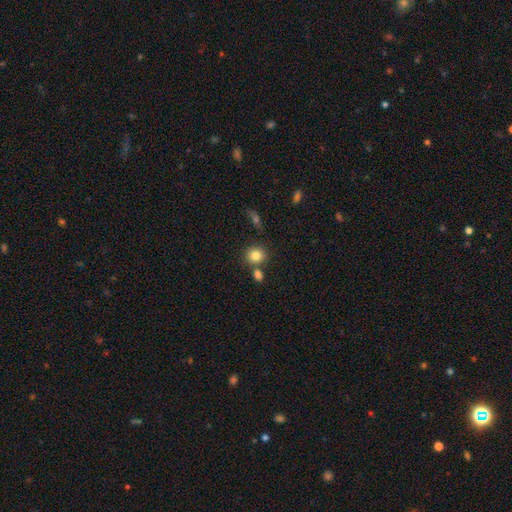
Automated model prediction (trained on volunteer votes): The model was most divided on "merging": none: 68%, merger: 19%, minor disturbance: 10%, major disturbance: 3%. More confident: smooth or featured — smooth (82%); how rounded — round (79%).